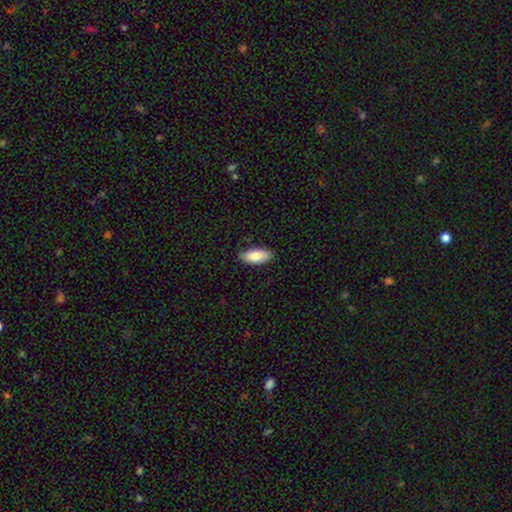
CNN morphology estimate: This is clearly a smooth galaxy (83%). How rounded: clearly in between (86%). Merging: clearly none (85%).